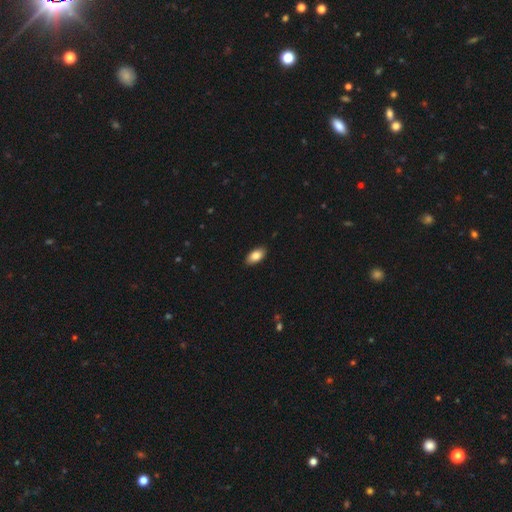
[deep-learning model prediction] Smooth or featured? Predicted: smooth (p=0.86). How rounded? Predicted: in between (p=0.94). Merging? Predicted: none (p=0.88).